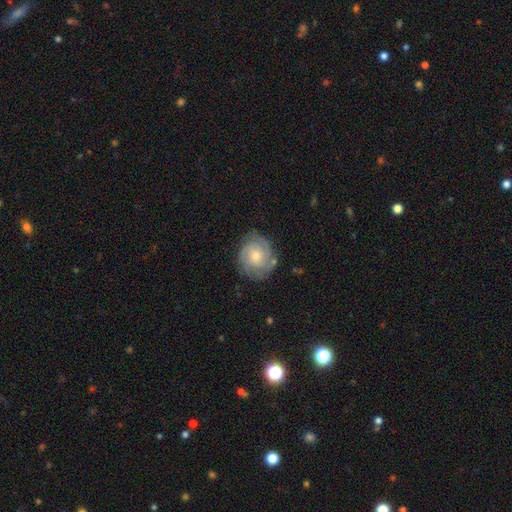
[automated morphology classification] This appears to be a featured or disk galaxy (77%) with no bar (76%), 2 (35%) tight (71%) spiral arms (94%) and a small central bulge (49%). Merging: none (76%).